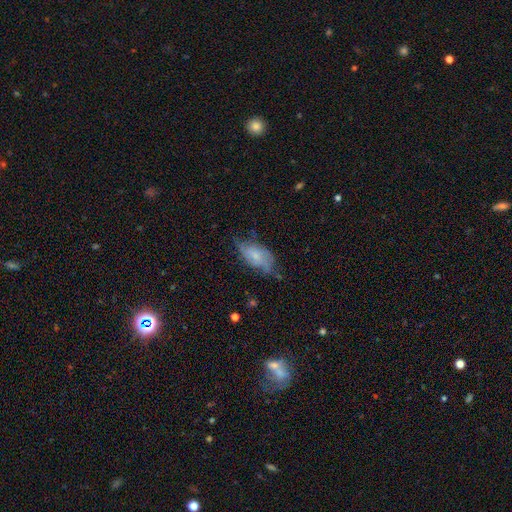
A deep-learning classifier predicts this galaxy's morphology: Smooth or featured?
  - featured or disk: 51% *
  - smooth: 42%
  - star or artifact: 8%
Edge-on disk?
  - no: 92% *
  - yes: 8%
Merging?
  - none: 48% *
  - minor disturbance: 34%
  - major disturbance: 16%
  - merger: 2%